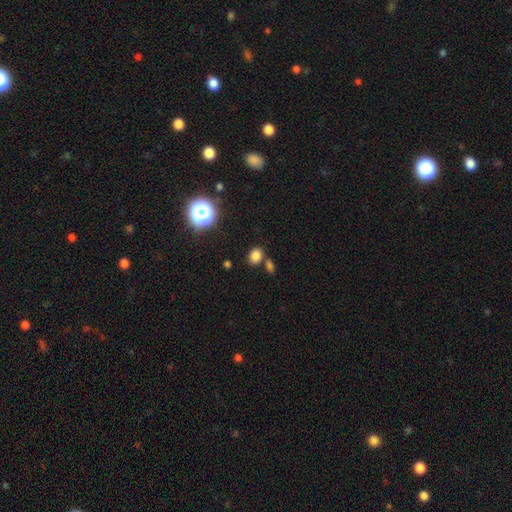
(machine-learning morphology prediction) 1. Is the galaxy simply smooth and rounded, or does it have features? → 80% smooth, 15% star or artifact, 6% featured or disk.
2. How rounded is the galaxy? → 50% in between, 48% round, 1% cigar-shaped.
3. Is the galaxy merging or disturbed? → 71% none, 14% merger, 11% minor disturbance, 4% major disturbance.